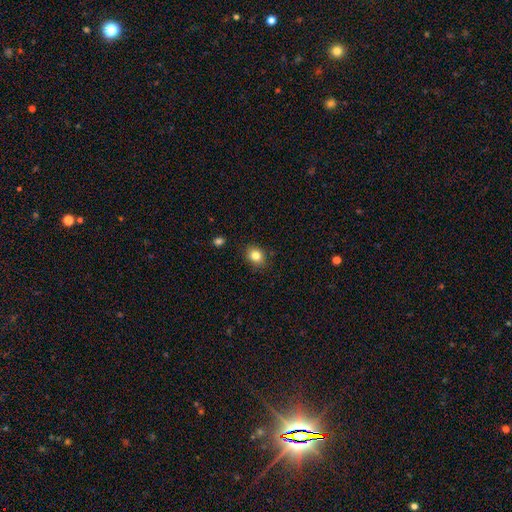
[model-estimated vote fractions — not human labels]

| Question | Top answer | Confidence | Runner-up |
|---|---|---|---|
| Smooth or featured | smooth | 83% | star or artifact (11%) |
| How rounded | round | 62% | in between (37%) |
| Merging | none | 87% | minor disturbance (10%) |